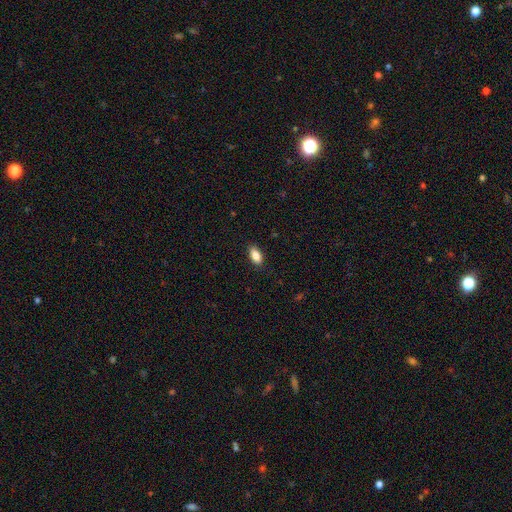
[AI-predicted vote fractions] Q: Smooth or featured?
A: smooth (87%); runner-up: star or artifact (7%)
Q: How rounded?
A: in between (90%); runner-up: cigar-shaped (6%)
Q: Merging?
A: none (86%); runner-up: minor disturbance (11%)